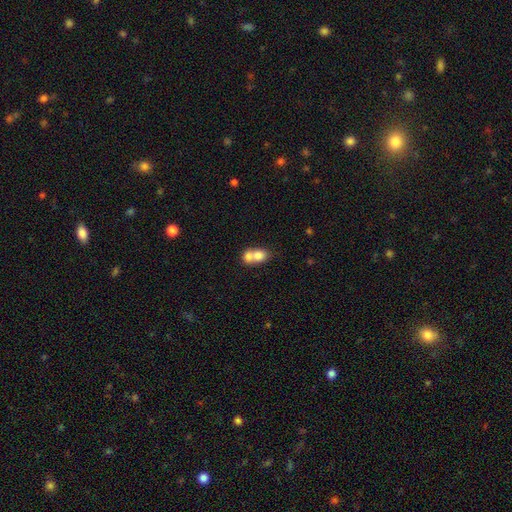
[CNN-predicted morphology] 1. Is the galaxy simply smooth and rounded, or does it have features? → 73% smooth, 18% featured or disk, 9% star or artifact.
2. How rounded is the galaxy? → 53% round, 46% in between, 1% cigar-shaped.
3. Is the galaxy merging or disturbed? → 72% merger, 20% none, 5% minor disturbance, 3% major disturbance.